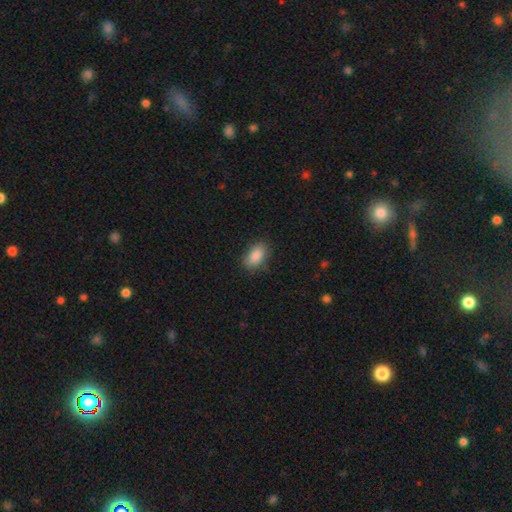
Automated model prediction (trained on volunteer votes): This appears to be a smooth galaxy with no disk features (89%) that is in between round and cigar-shaped (91%). Merging: none (83%).